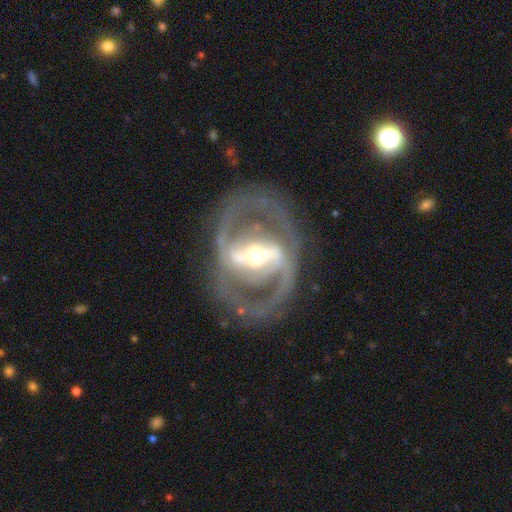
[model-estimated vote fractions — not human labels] A featured or disk galaxy (87%) with a strong bar (70%), 2 (83%) medium (47%) spiral arms (75%) and a moderate central bulge (56%). Merging: none (77%).